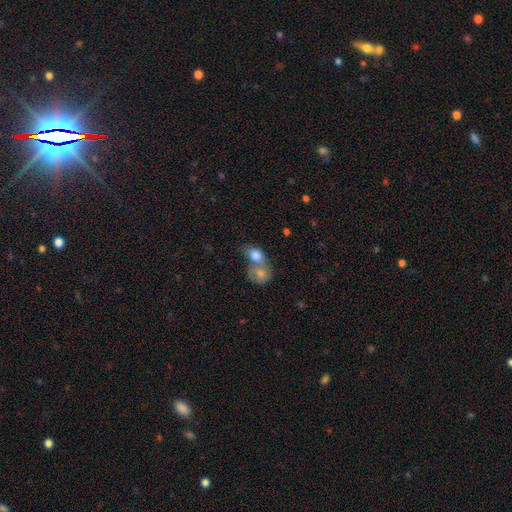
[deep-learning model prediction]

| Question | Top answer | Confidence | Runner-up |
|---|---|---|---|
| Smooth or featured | smooth | 78% | featured or disk (15%) |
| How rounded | in between | 62% | round (36%) |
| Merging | merger | 71% | none (17%) |